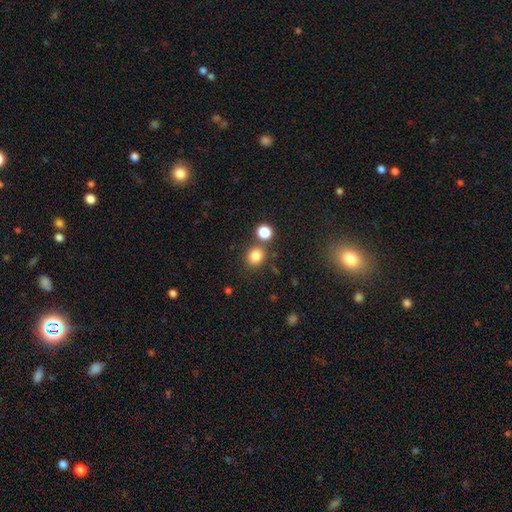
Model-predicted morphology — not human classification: Smooth or featured? Predicted: smooth (p=0.82). How rounded? Predicted: round (p=0.73). Merging? Predicted: none (p=0.74).